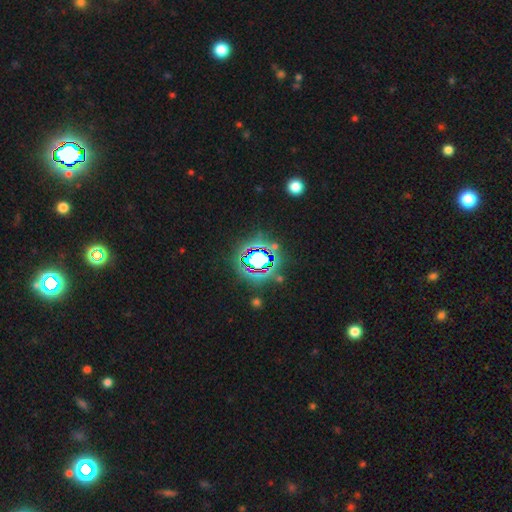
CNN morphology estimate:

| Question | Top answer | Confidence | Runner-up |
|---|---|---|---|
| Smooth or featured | star or artifact | 79% | smooth (12%) |